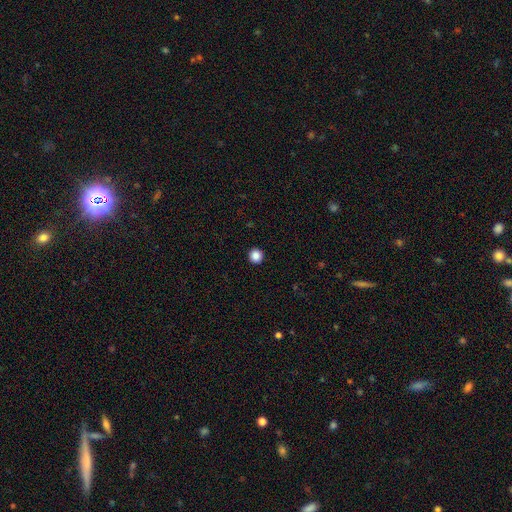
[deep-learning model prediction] Overall: smooth (87%). How rounded: round (96%). Merging: none (94%).